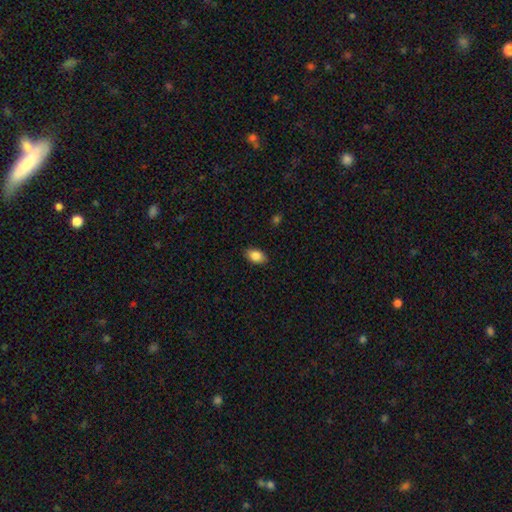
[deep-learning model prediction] This is clearly a smooth galaxy (86%). How rounded: clearly in between (86%). Merging: clearly none (87%).